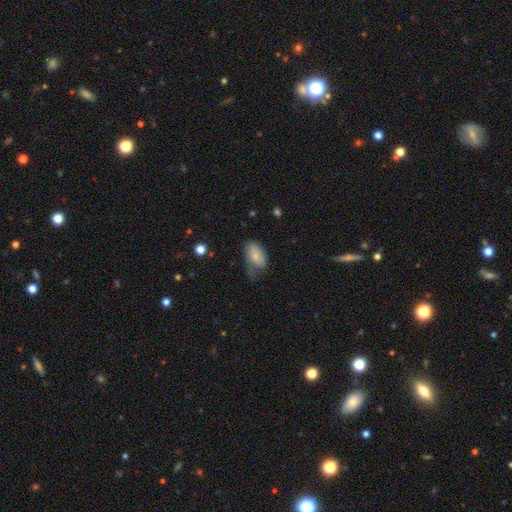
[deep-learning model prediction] Smooth or featured? Predicted: smooth (p=0.75). How rounded? Predicted: in between (p=0.93). Merging? Predicted: minor disturbance (p=0.37).